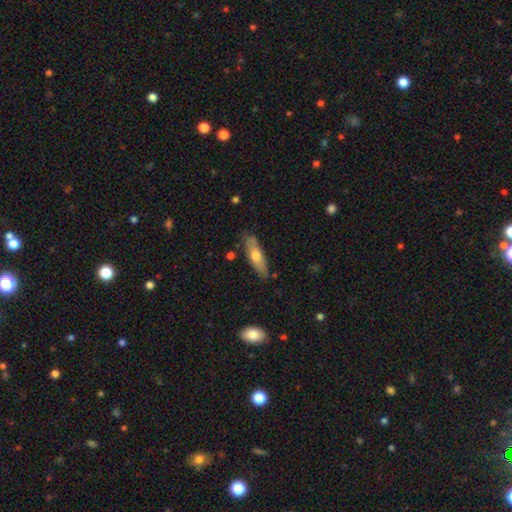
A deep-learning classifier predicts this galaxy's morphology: Smooth or featured? smooth (58%)
How rounded? cigar-shaped (53%)
Merging? none (79%)